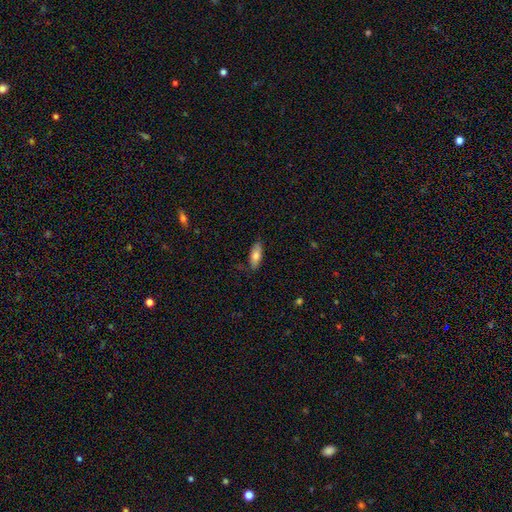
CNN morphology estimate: Smooth or featured? Predicted: smooth (p=0.77). How rounded? Predicted: in between (p=0.72). Merging? Predicted: none (p=0.85).